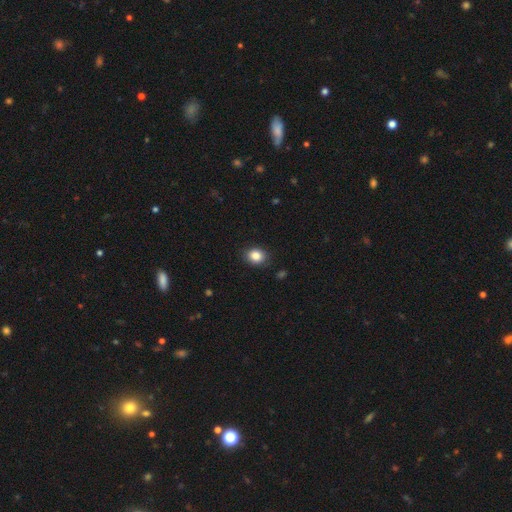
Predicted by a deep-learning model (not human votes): A smooth galaxy with no disk features (85%) that is round (60%). Merging: none (86%).